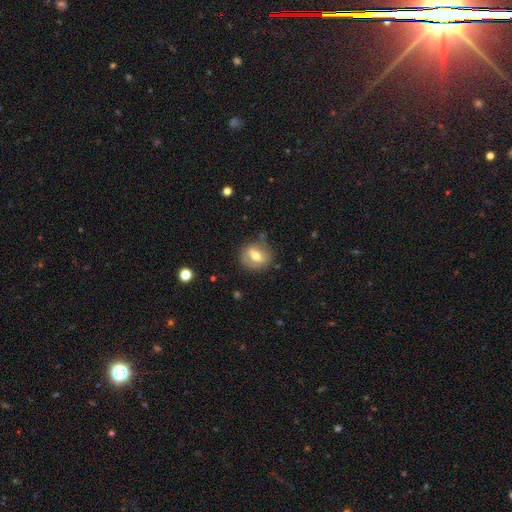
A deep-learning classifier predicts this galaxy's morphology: A smooth galaxy with no disk features (58%) that is round (63%). Merging: none (76%).